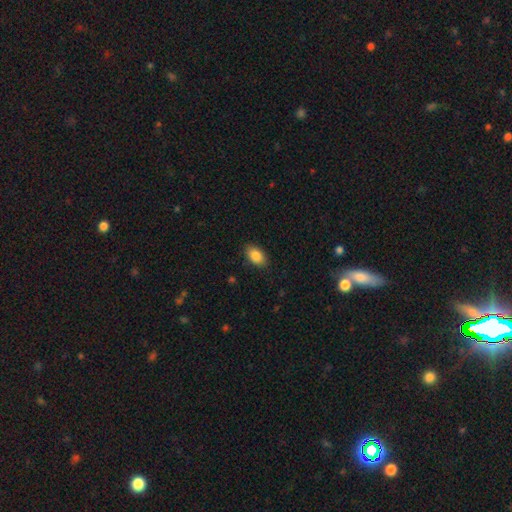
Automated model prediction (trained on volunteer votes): smooth 87%, star or artifact 7%, featured or disk 6%. Down the decision tree: how rounded — in between (91%); merging — none (87%).